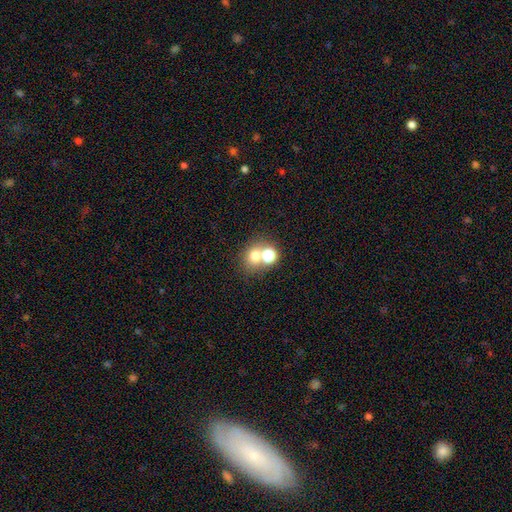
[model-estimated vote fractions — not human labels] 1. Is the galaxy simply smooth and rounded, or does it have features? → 69% smooth, 18% star or artifact, 13% featured or disk.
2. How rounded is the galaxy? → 74% round, 26% in between, 1% cigar-shaped.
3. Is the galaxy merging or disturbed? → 46% none, 44% merger, 6% minor disturbance, 4% major disturbance.